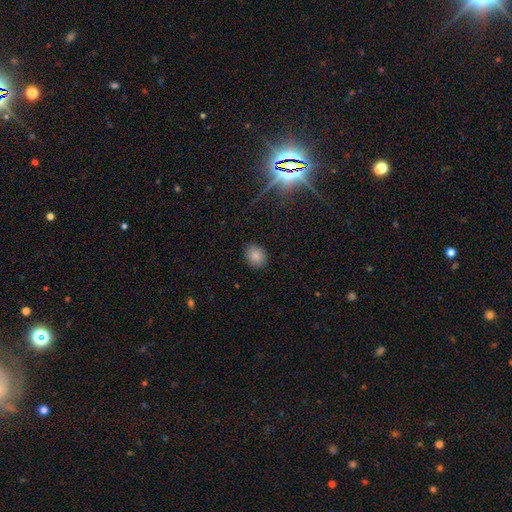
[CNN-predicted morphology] Q: Smooth or featured?
A: smooth (83%); runner-up: star or artifact (11%)
Q: How rounded?
A: in between (54%); runner-up: round (45%)
Q: Merging?
A: none (88%); runner-up: minor disturbance (8%)